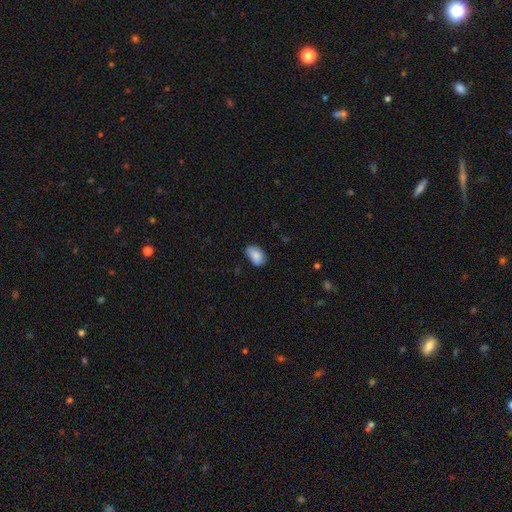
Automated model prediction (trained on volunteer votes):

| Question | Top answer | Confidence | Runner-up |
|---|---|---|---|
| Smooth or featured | smooth | 86% | featured or disk (7%) |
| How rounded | in between | 88% | round (11%) |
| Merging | none | 67% | minor disturbance (27%) |